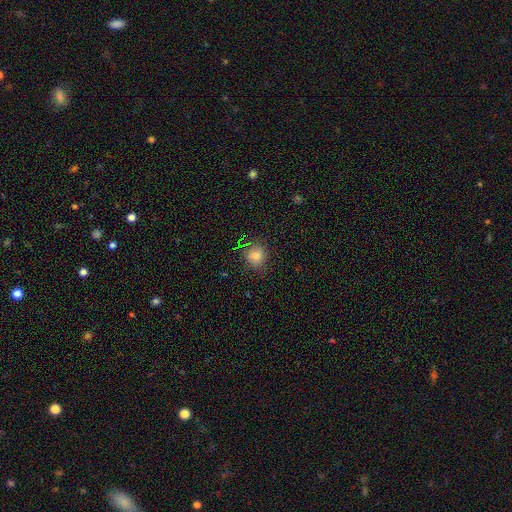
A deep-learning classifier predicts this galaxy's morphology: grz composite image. It shows a smooth galaxy with no disk features (75%) that is round (82%). Merging: none (83%).